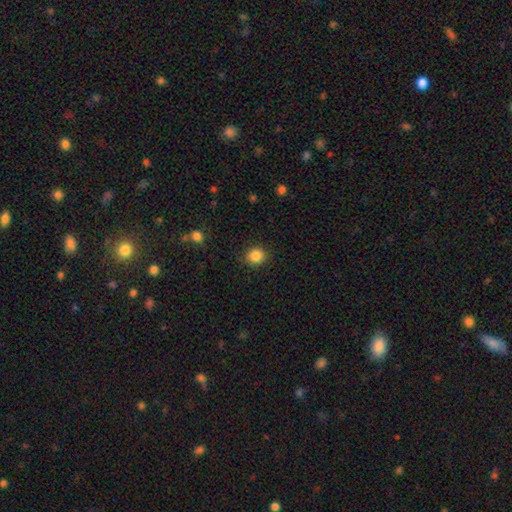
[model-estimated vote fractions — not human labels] This is clearly a smooth galaxy (86%). How rounded: clearly round (85%). Merging: clearly none (87%).